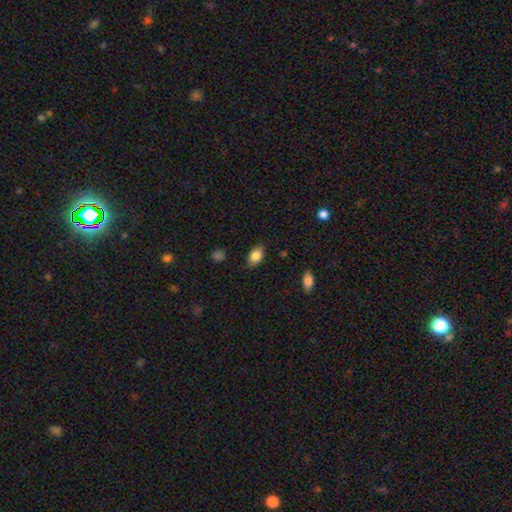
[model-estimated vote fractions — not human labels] This appears to be a smooth galaxy with no disk features (84%) that is in between round and cigar-shaped (87%). Merging: none (81%).